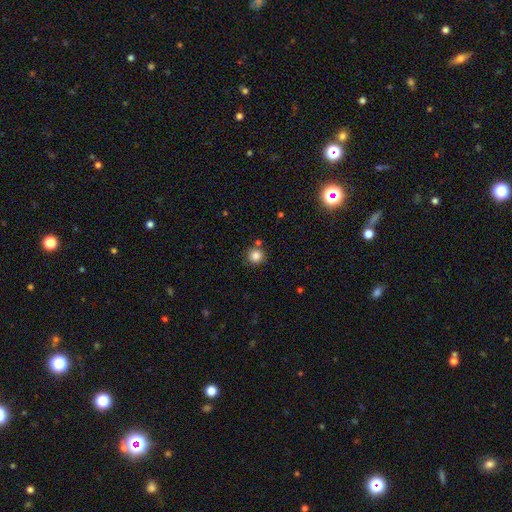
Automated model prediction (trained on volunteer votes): Smooth or featured: smooth — 84% (star or artifact — 11%)
How rounded: round — 94% (in between — 5%)
Merging: none — 81% (minor disturbance — 8%)